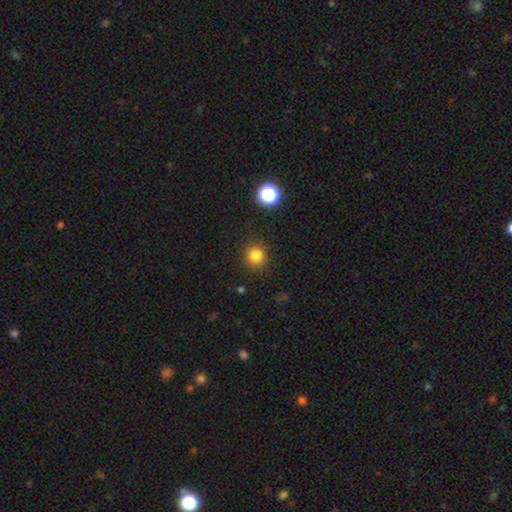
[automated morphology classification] smooth_or_featured: smooth (p=0.82) [alt: star or artifact p=0.14]
how_rounded: round (p=0.91) [alt: in between p=0.08]
merging: none (p=0.88) [alt: minor disturbance p=0.07]